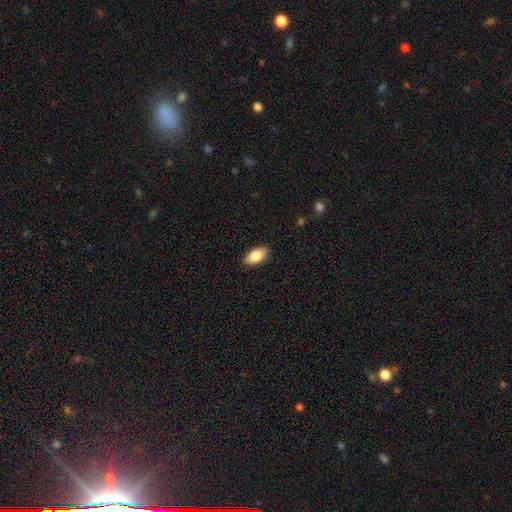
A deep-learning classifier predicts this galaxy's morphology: The model was most divided on "smooth or featured": smooth: 85%, featured or disk: 9%, star or artifact: 7%. More confident: how rounded — in between (92%); merging — none (89%).